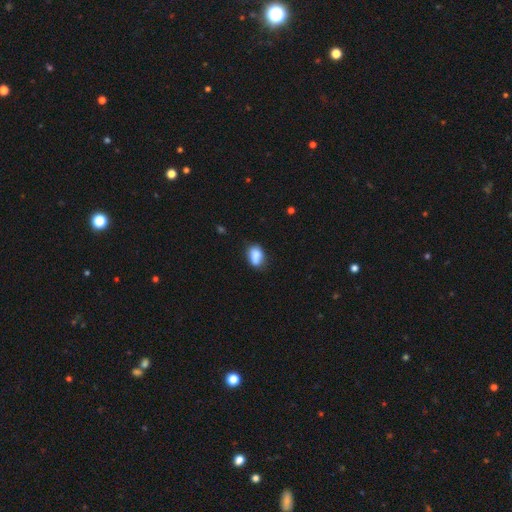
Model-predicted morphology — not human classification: A smooth galaxy with no disk features (82%) that is in between round and cigar-shaped (81%).

Vote fractions:
- Smooth or featured? smooth: 82% / featured or disk: 9% / star or artifact: 9%
- How rounded? in between: 81% / round: 17% / cigar-shaped: 2%
- Merging? none: 58% / minor disturbance: 27% / merger: 9% / major disturbance: 6%